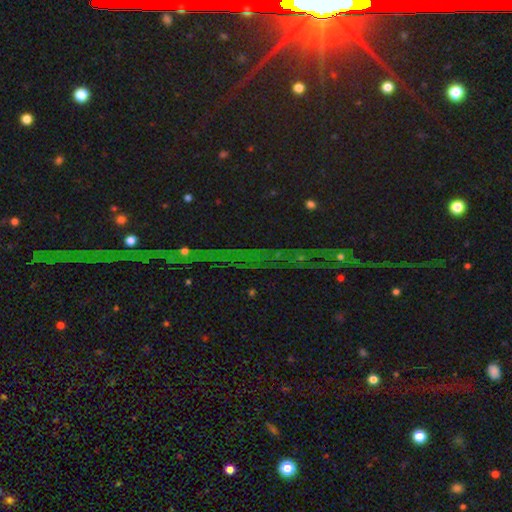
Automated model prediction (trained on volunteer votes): A star or artifact, not a galaxy (84%).